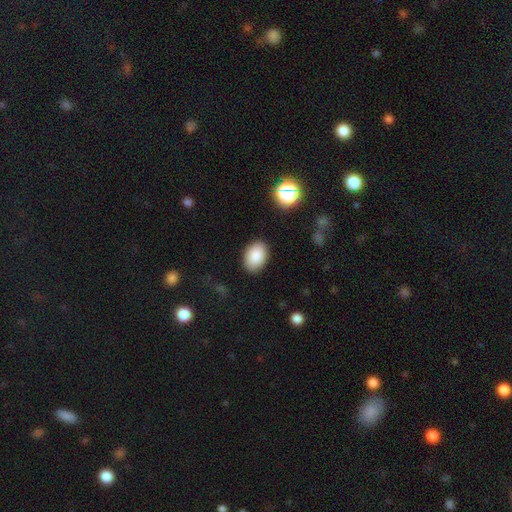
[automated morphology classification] Smooth or featured: smooth — 87% (star or artifact — 8%)
How rounded: in between — 85% (round — 14%)
Merging: none — 86% (minor disturbance — 10%)